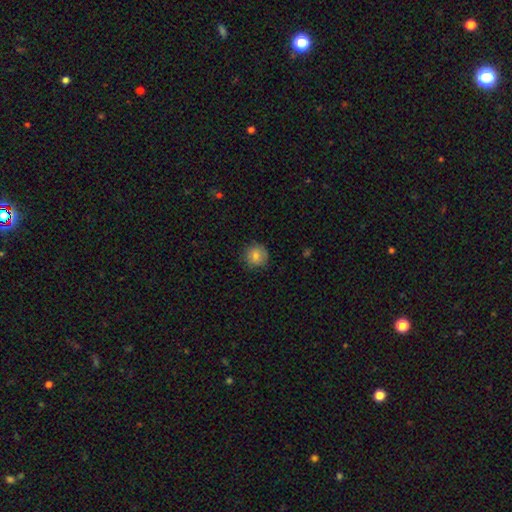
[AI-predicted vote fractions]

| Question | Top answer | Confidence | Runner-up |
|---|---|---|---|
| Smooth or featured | smooth | 79% | featured or disk (11%) |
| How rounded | round | 91% | in between (8%) |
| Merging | none | 85% | minor disturbance (11%) |